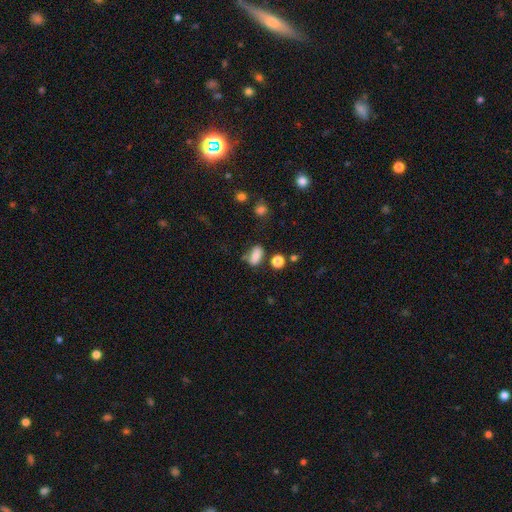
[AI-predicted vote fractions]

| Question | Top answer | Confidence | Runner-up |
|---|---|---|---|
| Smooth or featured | smooth | 79% | star or artifact (12%) |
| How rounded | in between | 83% | round (12%) |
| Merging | none | 54% | minor disturbance (24%) |